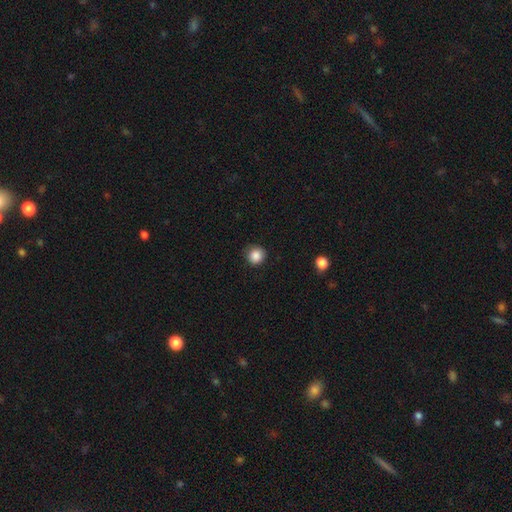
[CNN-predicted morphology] The model was most divided on "merging": none: 80%, minor disturbance: 15%, major disturbance: 3%, merger: 1%. More confident: how rounded — round (91%); smooth or featured — smooth (87%).